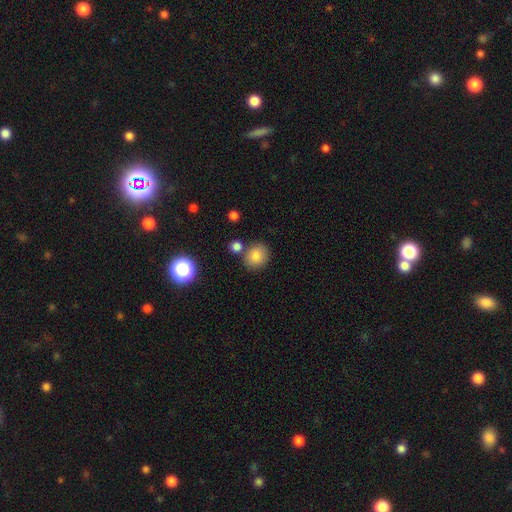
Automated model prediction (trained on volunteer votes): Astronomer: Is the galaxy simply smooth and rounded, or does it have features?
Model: smooth — 83%.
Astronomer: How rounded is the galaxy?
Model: round — 77%.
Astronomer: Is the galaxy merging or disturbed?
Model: none — 74%.